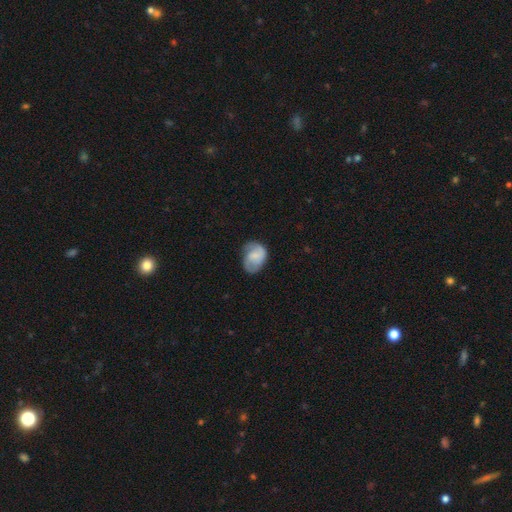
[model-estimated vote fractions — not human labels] This is possibly a smooth galaxy (53%). How rounded: likely in between (64%). Merging: possibly none (55%).